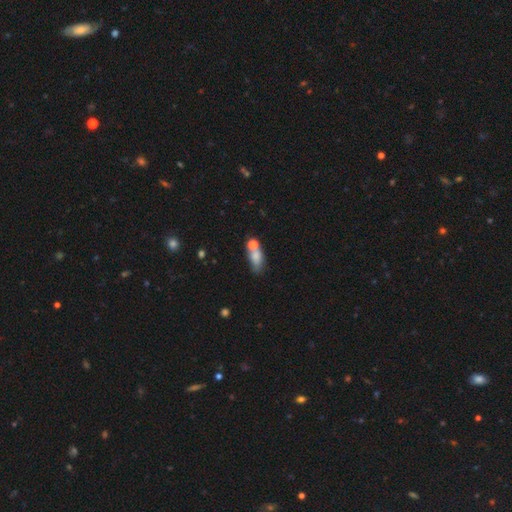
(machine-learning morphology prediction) smooth-or-featured: smooth: 72% | featured or disk: 17% | star or artifact: 11%
  how-rounded: in between: 71% | cigar-shaped: 16% | round: 13%
  merging: none: 44% | merger: 29% | minor disturbance: 17% | major disturbance: 9%